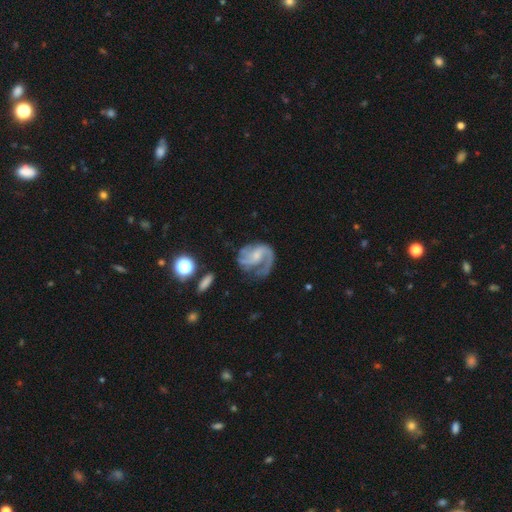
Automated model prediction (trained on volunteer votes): Overall: featured or disk (84%). Edge-on disk: no (98%). Bar: no (51%; weak 39%). Spiral arms: yes (94%). Spiral arm count: 2 (55%; 1 25%). Spiral winding: medium (48%; loose 32%). Bulge size: small (55%; moderate 26%). Merging: none (47%; major disturbance 28%).